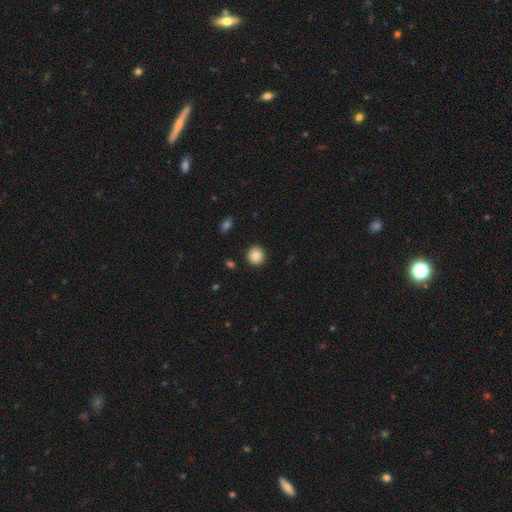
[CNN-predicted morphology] Smooth or featured? Predicted: smooth (p=0.87). How rounded? Predicted: round (p=0.92). Merging? Predicted: none (p=0.91).